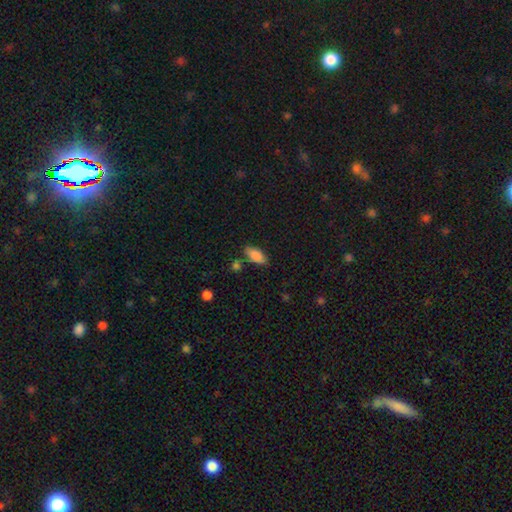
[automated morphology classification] A smooth galaxy with no disk features (85%) that is in between round and cigar-shaped (88%).

Vote fractions:
- Smooth or featured? smooth: 85% / featured or disk: 8% / star or artifact: 7%
- How rounded? in between: 88% / cigar-shaped: 9% / round: 3%
- Merging? none: 77% / minor disturbance: 14% / merger: 5% / major disturbance: 3%